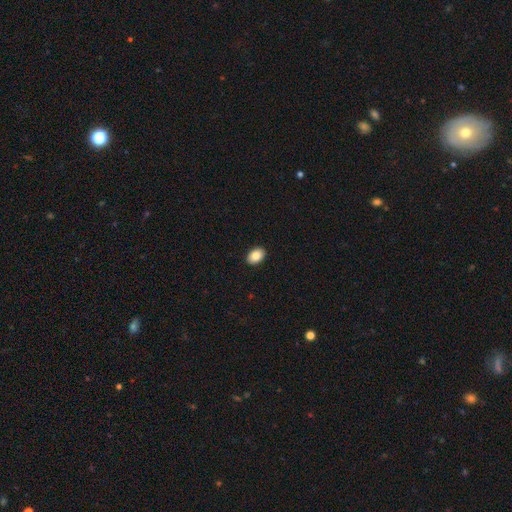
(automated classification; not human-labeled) smooth-or-featured: smooth: 86% | star or artifact: 7% | featured or disk: 6%
  how-rounded: in between: 84% | round: 15% | cigar-shaped: 1%
  merging: none: 92% | minor disturbance: 6% | major disturbance: 1% | merger: 1%